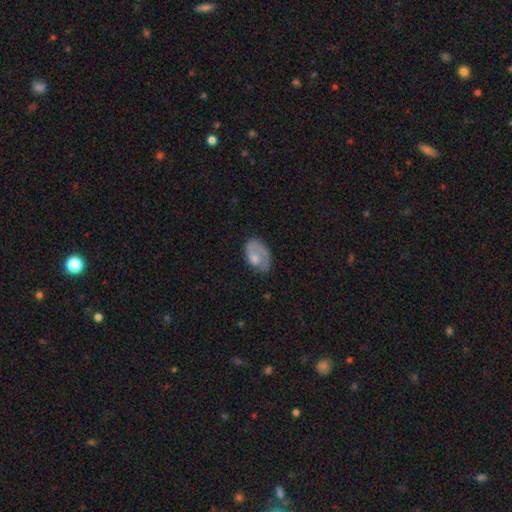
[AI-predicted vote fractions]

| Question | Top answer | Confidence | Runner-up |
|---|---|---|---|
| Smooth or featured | smooth | 49% | featured or disk (44%) |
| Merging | none | 47% | minor disturbance (27%) |